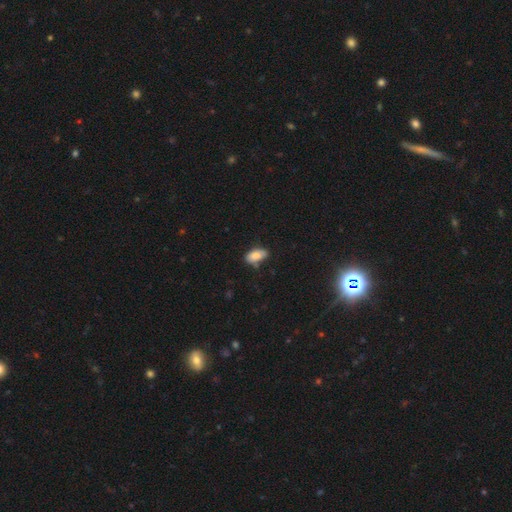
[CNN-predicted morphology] Smooth or featured? Predicted: smooth (p=0.82). How rounded? Predicted: in between (p=0.92). Merging? Predicted: none (p=0.70).